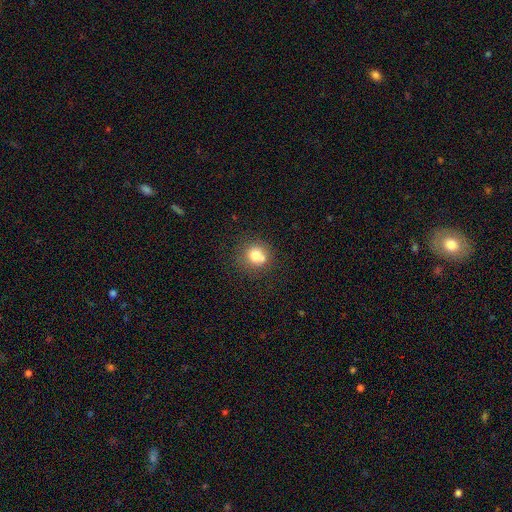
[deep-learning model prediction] smooth 74%, featured or disk 14%, star or artifact 12%. Down the decision tree: how rounded — round (84%); merging — none (58%).